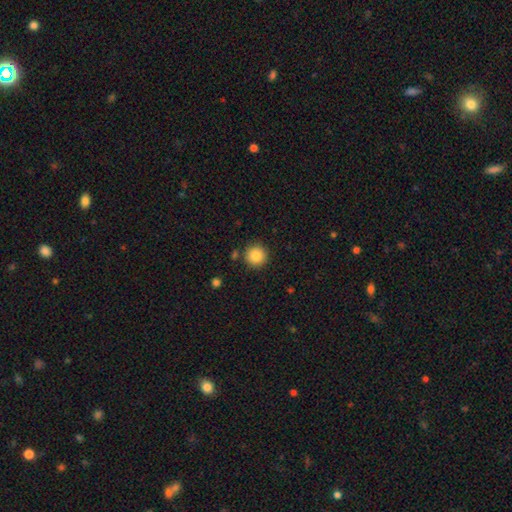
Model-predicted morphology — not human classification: A smooth galaxy with no disk features (86%) that is round (95%).

Vote fractions:
- Smooth or featured? smooth: 86% / star or artifact: 9% / featured or disk: 5%
- How rounded? round: 95% / in between: 4% / cigar-shaped: 1%
- Merging? none: 87% / minor disturbance: 8% / merger: 3% / major disturbance: 2%